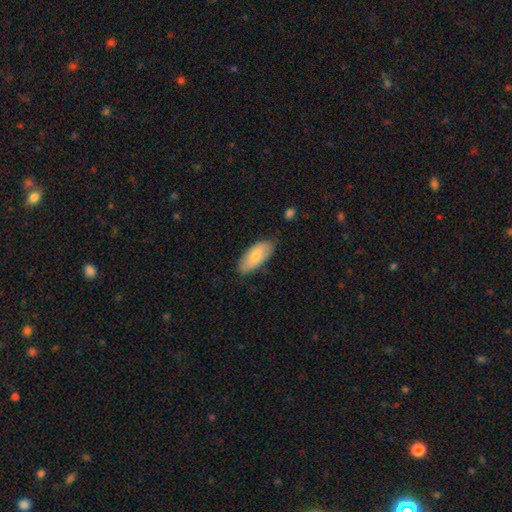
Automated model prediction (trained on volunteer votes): smooth_or_featured: smooth (p=0.75) [alt: featured or disk p=0.19]
how_rounded: in between (p=0.86) [alt: cigar-shaped p=0.12]
merging: none (p=0.80) [alt: minor disturbance p=0.16]